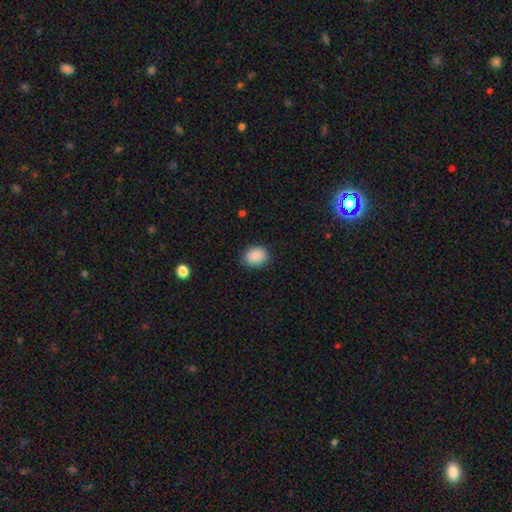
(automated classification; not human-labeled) Smooth or featured? Predicted: smooth (p=0.88). How rounded? Predicted: in between (p=0.53). Merging? Predicted: none (p=0.86).